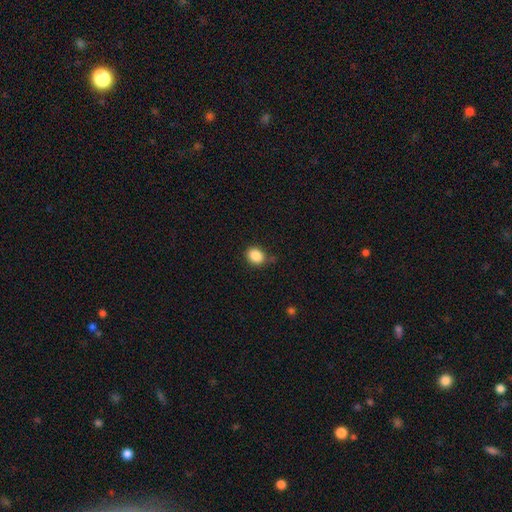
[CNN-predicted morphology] Smooth or featured? Predicted: smooth (p=0.87). How rounded? Predicted: round (p=0.51). Merging? Predicted: none (p=0.79).